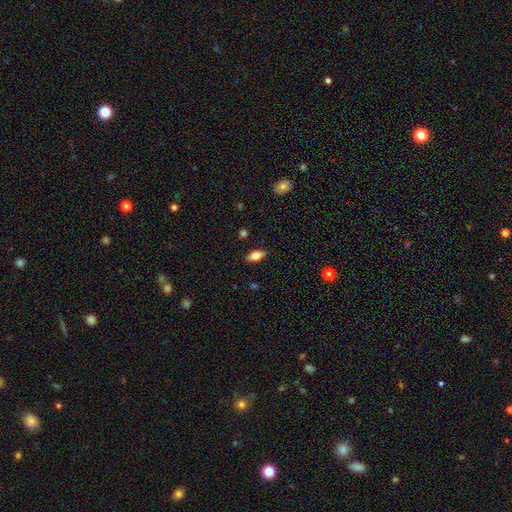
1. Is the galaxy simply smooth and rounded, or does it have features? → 76% smooth, 24% featured or disk, 0% star or artifact.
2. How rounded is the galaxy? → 89% in between, 7% cigar-shaped, 4% round.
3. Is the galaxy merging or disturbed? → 89% none, 8% minor disturbance, 3% major disturbance, 0% merger.